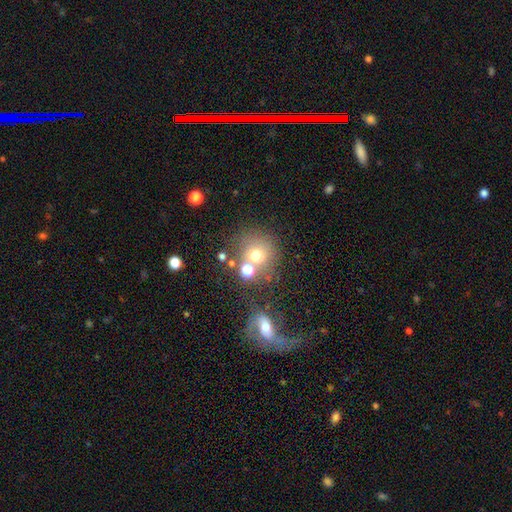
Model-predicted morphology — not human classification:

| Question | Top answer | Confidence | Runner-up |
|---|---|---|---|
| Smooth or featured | smooth | 67% | star or artifact (19%) |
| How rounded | round | 85% | in between (14%) |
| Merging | none | 56% | merger (24%) |